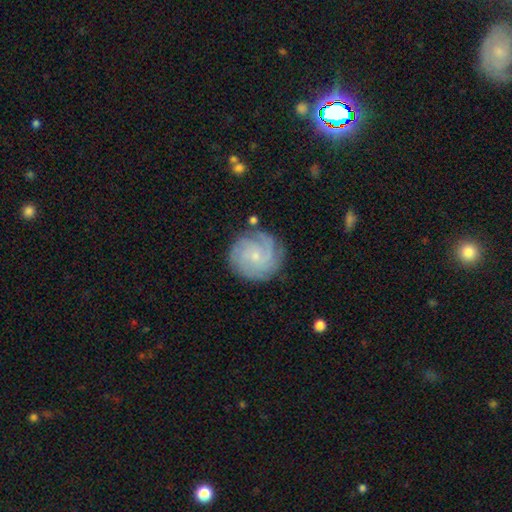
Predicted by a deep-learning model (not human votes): Morphology: type=featured or disk (79%); edge-on=no (98%); bar=no (75%); spiral arms=yes (96%); winding=tight (69%); arm count=3 (30%); bulge=small (78%); merging=none (80%).